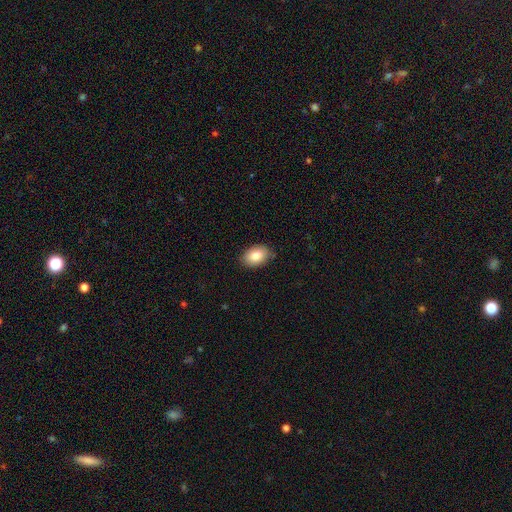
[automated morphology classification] This appears to be a smooth galaxy with no disk features (85%) that is in between round and cigar-shaped (87%). Merging: none (85%).